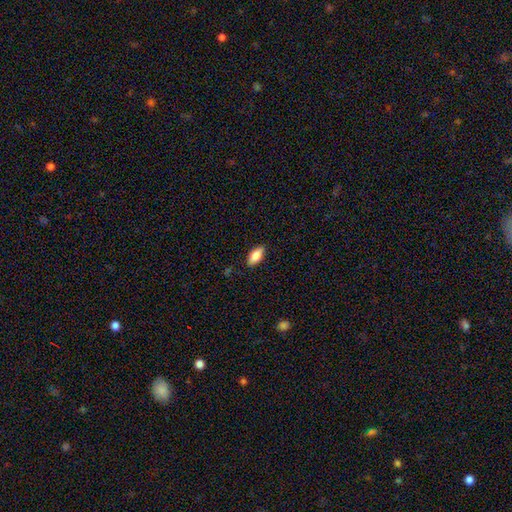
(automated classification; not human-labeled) Smooth or featured: smooth — 84% (featured or disk — 9%)
How rounded: in between — 89% (cigar-shaped — 9%)
Merging: none — 88% (minor disturbance — 9%)